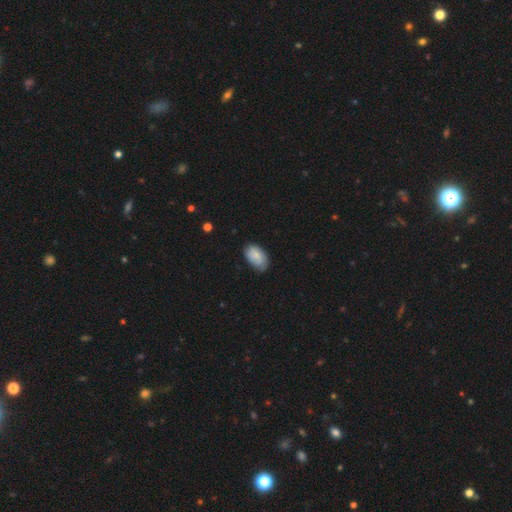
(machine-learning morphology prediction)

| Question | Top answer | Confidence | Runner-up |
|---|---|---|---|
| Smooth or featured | smooth | 81% | featured or disk (12%) |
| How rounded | in between | 93% | round (5%) |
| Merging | none | 68% | minor disturbance (26%) |